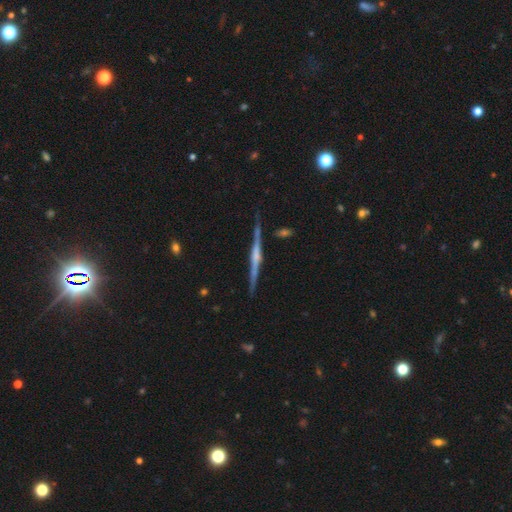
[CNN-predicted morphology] Smooth or featured: featured or disk — 81% (smooth — 12%)
Edge-on disk: yes — 98% (no — 2%)
Edge-on bulge: rounded — 61% (boxy — 21%)
Merging: none — 86% (minor disturbance — 9%)